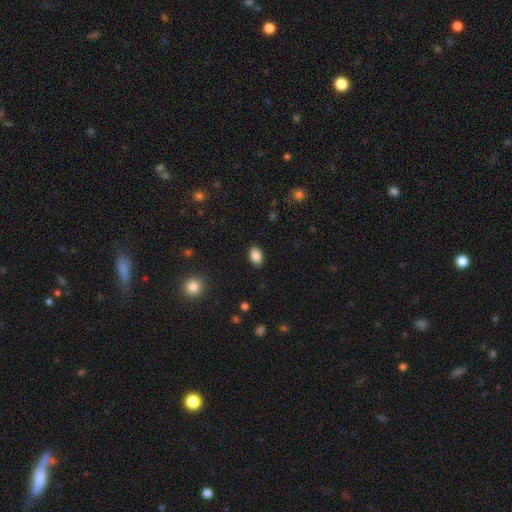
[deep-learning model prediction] Smooth or featured?
  - smooth: 88% *
  - star or artifact: 9%
  - featured or disk: 4%
How rounded?
  - in between: 79% *
  - round: 20%
  - cigar-shaped: 1%
Merging?
  - none: 89% *
  - minor disturbance: 8%
  - major disturbance: 2%
  - merger: 1%